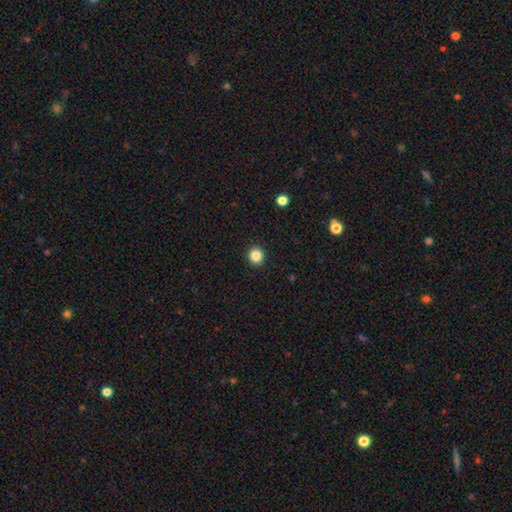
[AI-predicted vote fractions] Smooth or featured? smooth (86%)
How rounded? round (92%)
Merging? none (93%)